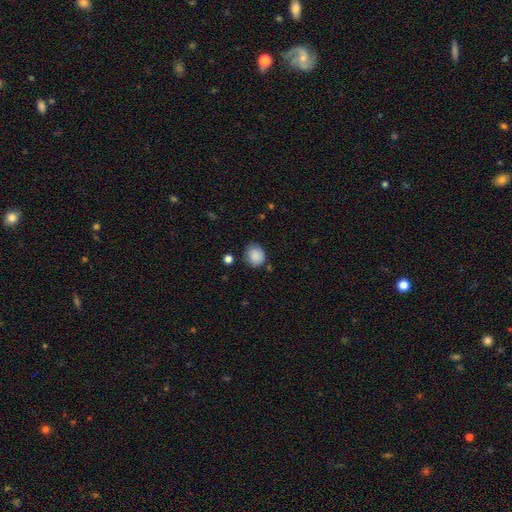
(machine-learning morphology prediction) This is clearly a smooth galaxy (88%). How rounded: likely round (69%). Merging: likely none (75%).